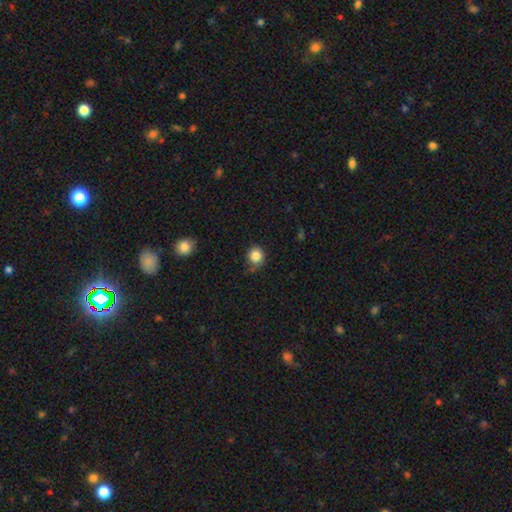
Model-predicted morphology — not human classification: Smooth or featured: smooth — 84% (star or artifact — 11%)
How rounded: round — 88% (in between — 11%)
Merging: none — 71% (minor disturbance — 21%)